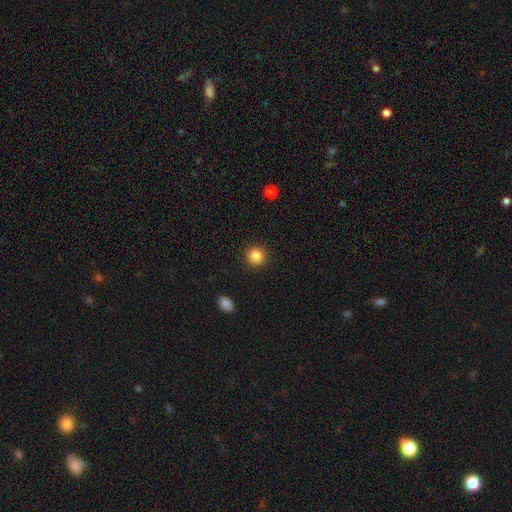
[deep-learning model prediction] Smooth or featured? Predicted: smooth (p=0.86). How rounded? Predicted: round (p=0.94). Merging? Predicted: none (p=0.92).